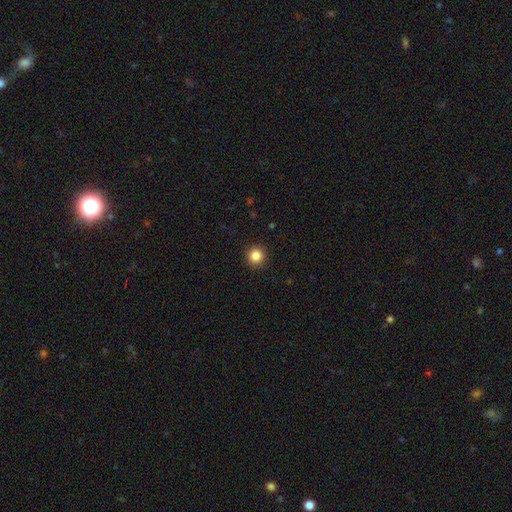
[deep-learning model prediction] Smooth or featured? smooth (85%)
How rounded? round (95%)
Merging? none (93%)